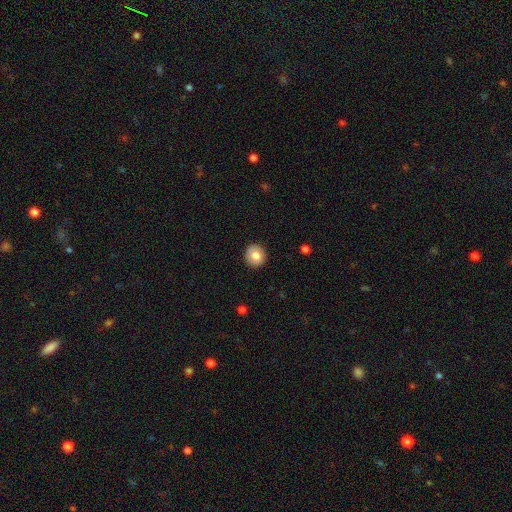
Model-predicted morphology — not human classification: This appears to be a smooth galaxy with no disk features (77%) that is round (89%). Merging: none (91%).